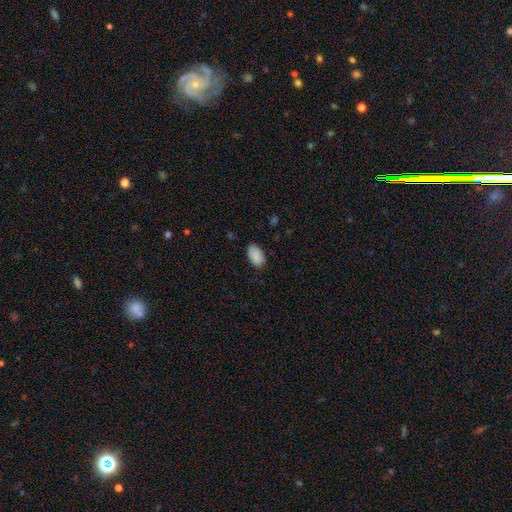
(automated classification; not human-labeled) Q: Smooth or featured?
A: smooth (90%); runner-up: star or artifact (7%)
Q: How rounded?
A: in between (94%); runner-up: round (4%)
Q: Merging?
A: none (83%); runner-up: minor disturbance (13%)